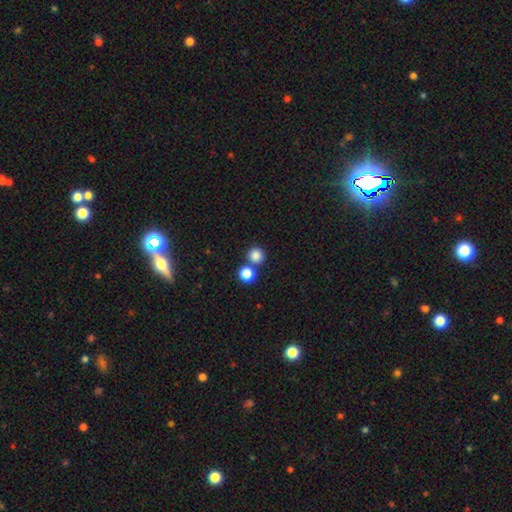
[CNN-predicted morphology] This appears to be a smooth galaxy with no disk features (84%) that is round (92%). Merging: none (70%).